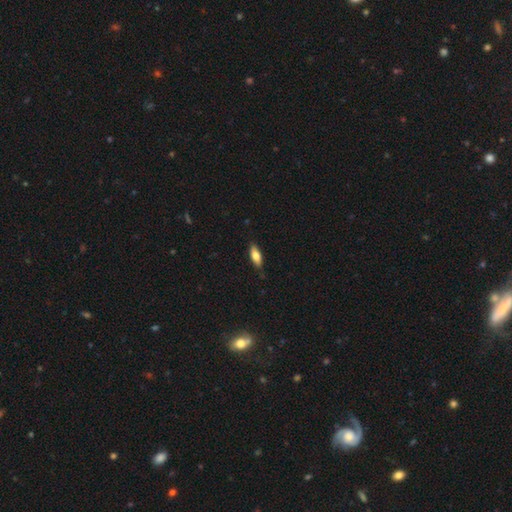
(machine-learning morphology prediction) Overall: smooth (72%). How rounded: in between (72%). Merging: none (82%).